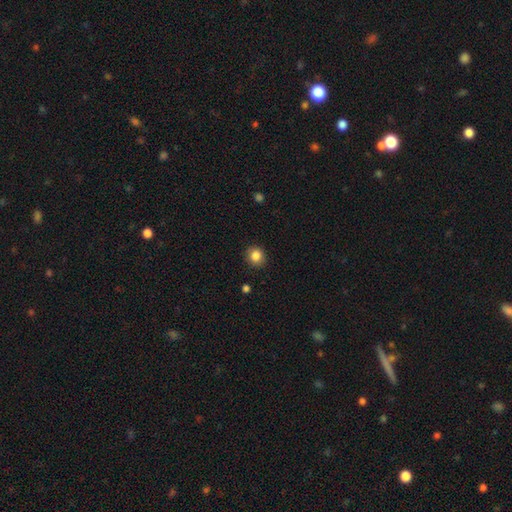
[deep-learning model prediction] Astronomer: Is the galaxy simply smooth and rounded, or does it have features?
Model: smooth — 85%.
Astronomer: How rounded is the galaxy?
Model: round — 84%.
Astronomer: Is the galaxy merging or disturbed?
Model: none — 88%.